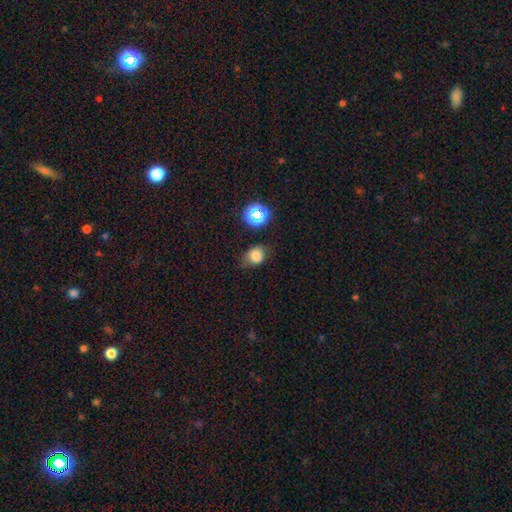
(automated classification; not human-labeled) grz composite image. It shows a smooth galaxy with no disk features (77%) that is round (56%). Merging: none (60%).